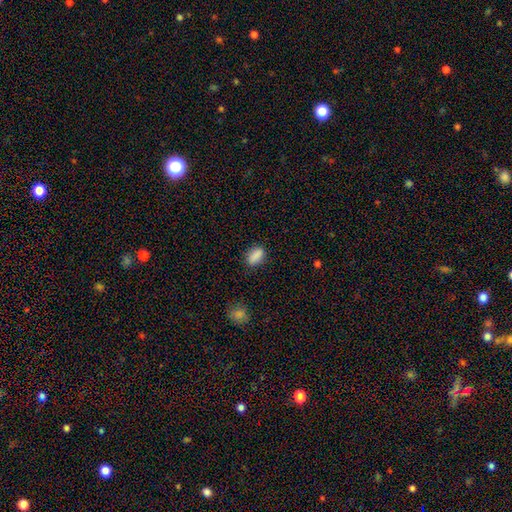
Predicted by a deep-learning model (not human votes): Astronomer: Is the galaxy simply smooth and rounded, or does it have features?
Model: smooth — 87%.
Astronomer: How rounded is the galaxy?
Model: in between — 86%.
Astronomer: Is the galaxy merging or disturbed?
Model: none — 82%.